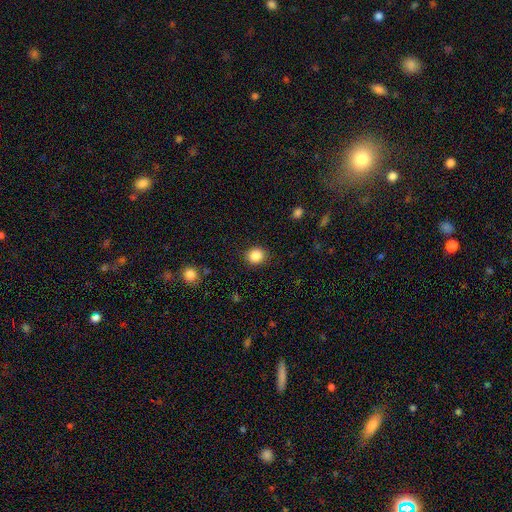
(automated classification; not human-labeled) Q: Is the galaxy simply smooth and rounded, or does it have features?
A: smooth — 87%.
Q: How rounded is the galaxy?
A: round — 73%.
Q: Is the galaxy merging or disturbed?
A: none — 88%.